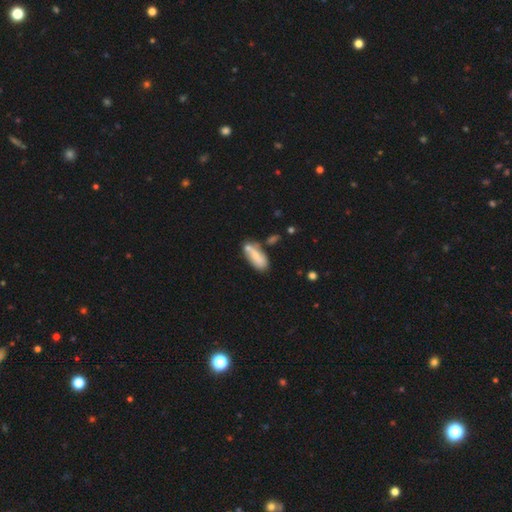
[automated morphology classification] smooth-or-featured: smooth: 69% | featured or disk: 24% | star or artifact: 7%
  how-rounded: in between: 74% | cigar-shaped: 23% | round: 2%
  merging: none: 48% | merger: 23% | minor disturbance: 21% | major disturbance: 7%